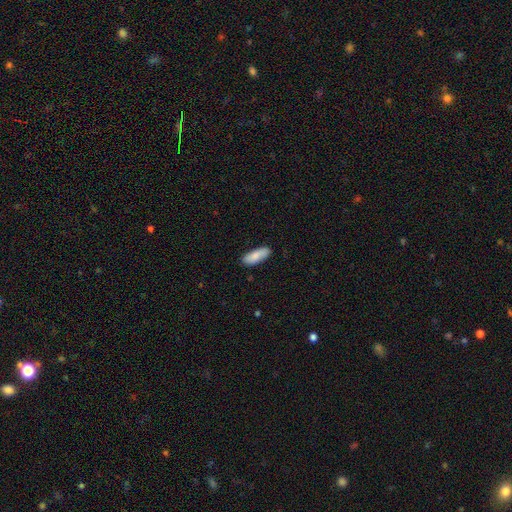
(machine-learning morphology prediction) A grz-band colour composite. It shows a smooth galaxy with no disk features (85%) that is in between round and cigar-shaped (73%). Merging: none (85%).